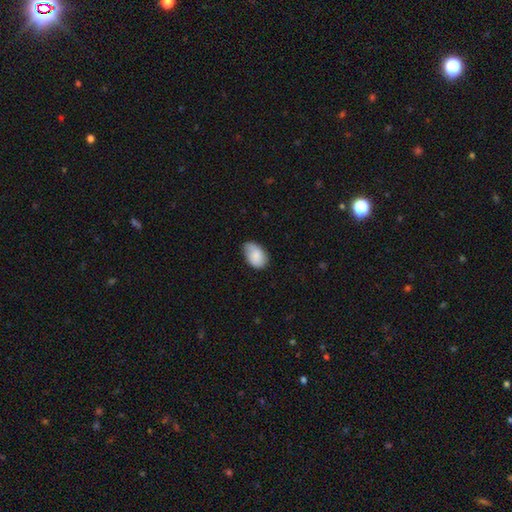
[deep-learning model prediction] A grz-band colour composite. It shows a smooth galaxy with no disk features (83%) that is in between round and cigar-shaped (88%). Merging: none (57%).